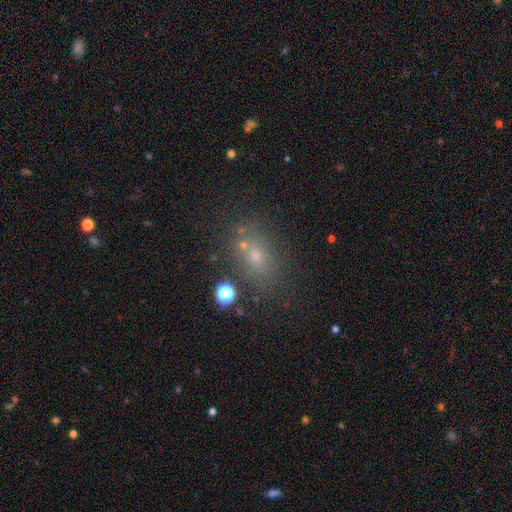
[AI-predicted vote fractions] Smooth or featured?
  - smooth: 62% *
  - star or artifact: 23%
  - featured or disk: 15%
How rounded?
  - in between: 64% *
  - round: 33%
  - cigar-shaped: 3%
Merging?
  - none: 69% *
  - minor disturbance: 13%
  - merger: 11%
  - major disturbance: 6%